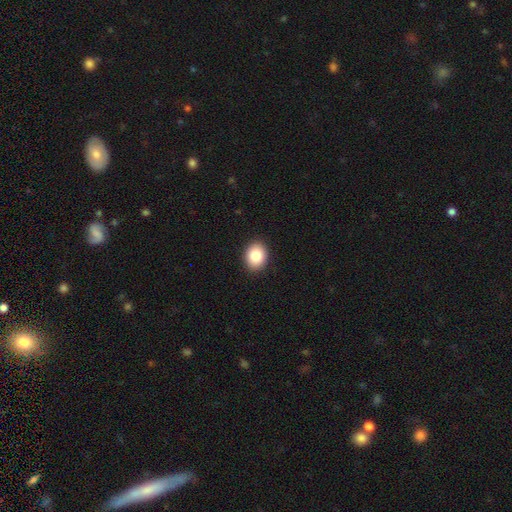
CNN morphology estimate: smooth-or-featured: smooth: 86% | star or artifact: 8% | featured or disk: 6%
  how-rounded: in between: 59% | round: 40% | cigar-shaped: 1%
  merging: none: 91% | minor disturbance: 6% | major disturbance: 2% | merger: 1%